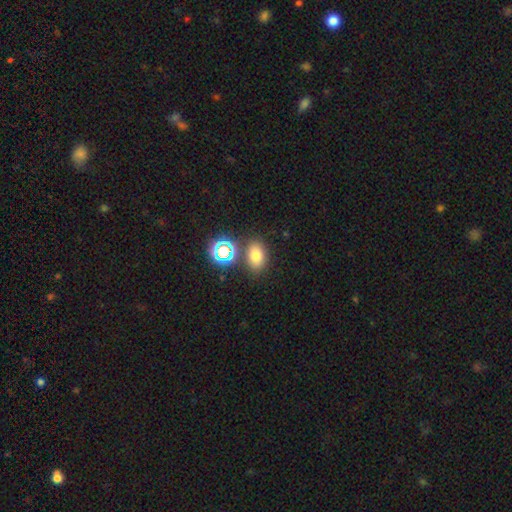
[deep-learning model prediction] The model was most divided on "how rounded": in between: 75%, round: 24%, cigar-shaped: 2%. More confident: merging — none (78%); smooth or featured — smooth (72%).